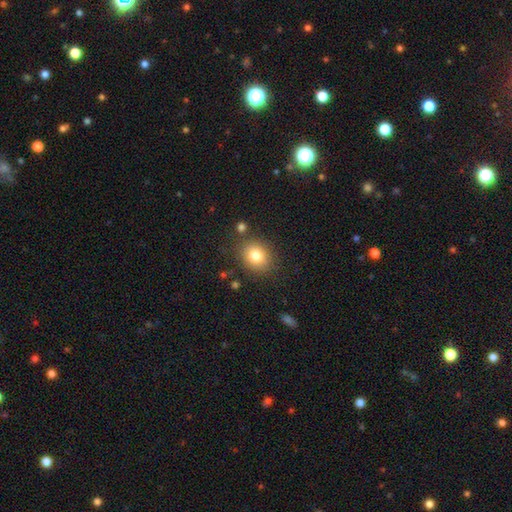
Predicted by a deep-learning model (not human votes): A smooth galaxy with no disk features (82%) that is round (63%).

Vote fractions:
- Smooth or featured? smooth: 82% / star or artifact: 10% / featured or disk: 8%
- How rounded? round: 63% / in between: 36% / cigar-shaped: 1%
- Merging? none: 82% / minor disturbance: 11% / merger: 4% / major disturbance: 3%